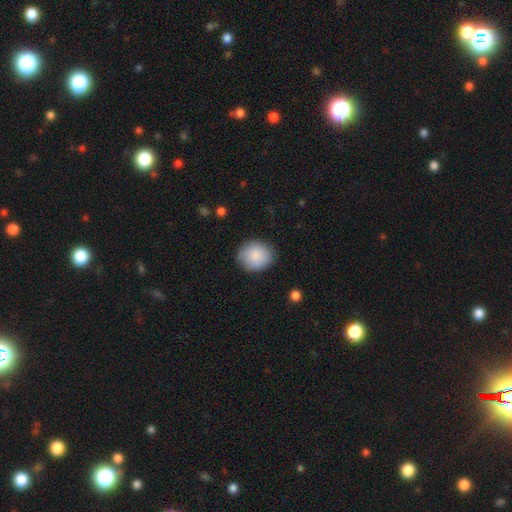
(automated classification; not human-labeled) A smooth galaxy with no disk features (87%) that is round (71%).

Vote fractions:
- Smooth or featured? smooth: 87% / star or artifact: 7% / featured or disk: 6%
- How rounded? round: 71% / in between: 28% / cigar-shaped: 1%
- Merging? none: 83% / minor disturbance: 12% / major disturbance: 3% / merger: 1%